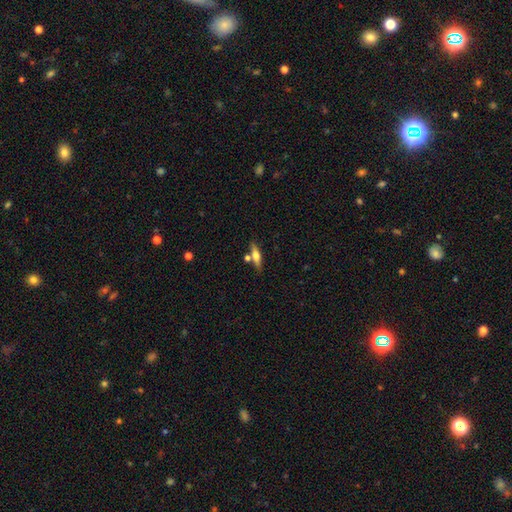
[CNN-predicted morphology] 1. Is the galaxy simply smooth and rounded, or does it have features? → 50% smooth, 43% featured or disk, 7% star or artifact.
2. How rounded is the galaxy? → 67% cigar-shaped, 29% in between, 3% round.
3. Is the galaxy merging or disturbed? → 70% none, 15% merger, 11% minor disturbance, 3% major disturbance.